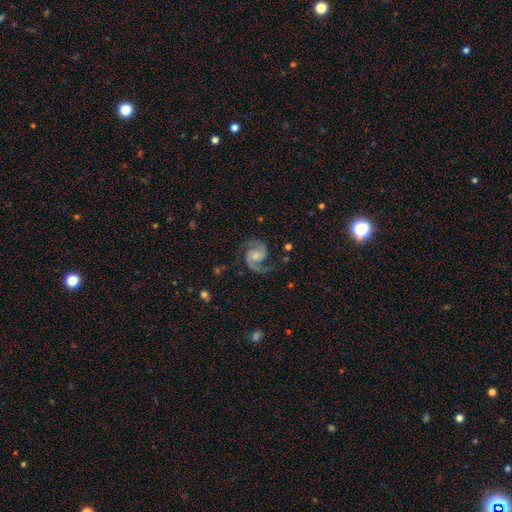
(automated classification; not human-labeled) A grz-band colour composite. It shows a featured or disk galaxy (92%) with no bar (64%), 2 (94%) medium (62%) spiral arms (98%) and a small central bulge (42%). Merging: none (80%).